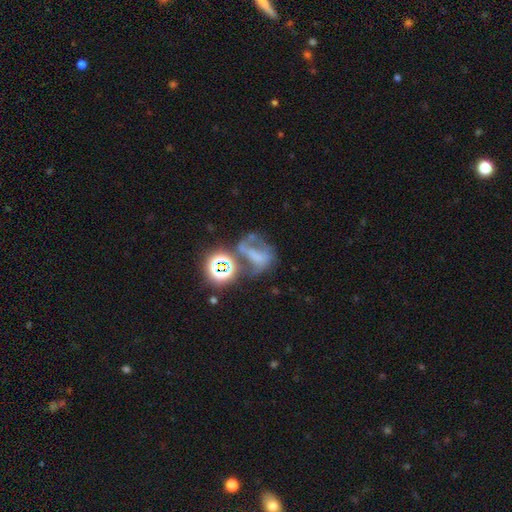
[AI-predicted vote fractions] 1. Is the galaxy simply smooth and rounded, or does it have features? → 38% featured or disk, 33% star or artifact, 29% smooth.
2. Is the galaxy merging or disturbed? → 30% major disturbance, 28% none, 26% merger, 15% minor disturbance.